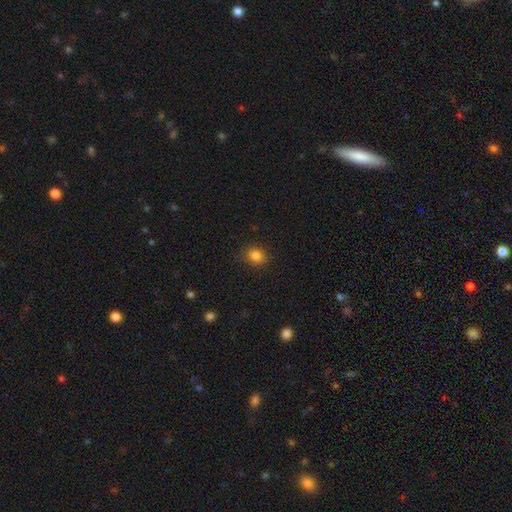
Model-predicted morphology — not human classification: Smooth or featured?
  - smooth: 82% *
  - star or artifact: 12%
  - featured or disk: 5%
How rounded?
  - round: 61% *
  - in between: 37%
  - cigar-shaped: 1%
Merging?
  - none: 83% *
  - minor disturbance: 13%
  - major disturbance: 3%
  - merger: 1%